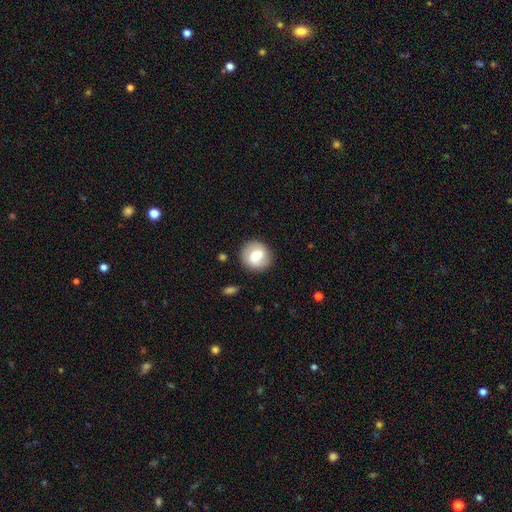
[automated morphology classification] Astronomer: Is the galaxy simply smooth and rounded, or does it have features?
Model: smooth — 63%.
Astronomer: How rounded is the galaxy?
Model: round — 88%.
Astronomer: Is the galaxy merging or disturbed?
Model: none — 84%.